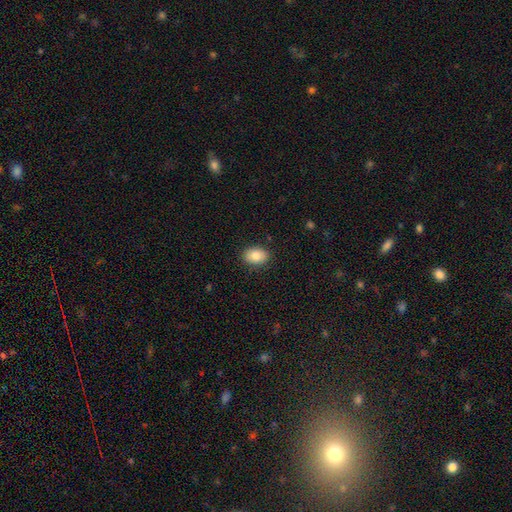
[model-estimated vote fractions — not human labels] This appears to be a smooth galaxy with no disk features (85%) that is in between round and cigar-shaped (81%). Merging: none (87%).